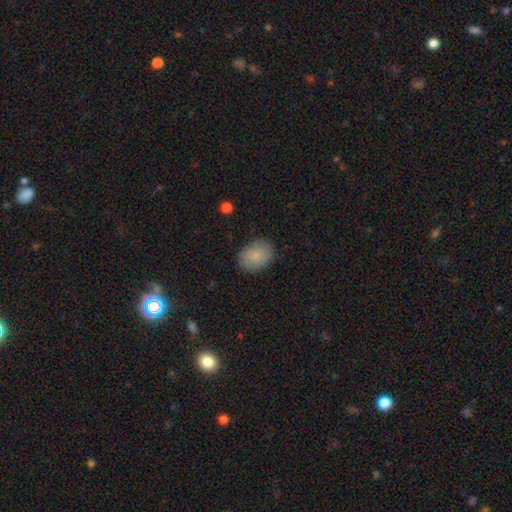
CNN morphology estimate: A smooth galaxy with no disk features (83%) that is in between round and cigar-shaped (69%).

Vote fractions:
- Smooth or featured? smooth: 83% / featured or disk: 10% / star or artifact: 7%
- How rounded? in between: 69% / round: 30% / cigar-shaped: 1%
- Merging? none: 83% / minor disturbance: 13% / major disturbance: 3% / merger: 1%